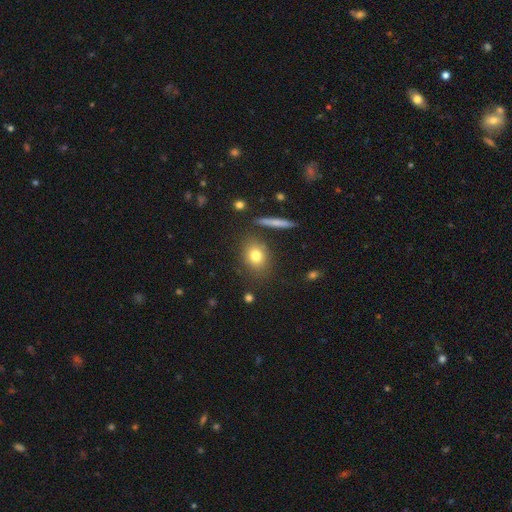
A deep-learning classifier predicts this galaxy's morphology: The model was most divided on "how rounded": round: 49%, in between: 47%, cigar-shaped: 3%. More confident: merging — none (81%); smooth or featured — smooth (77%).